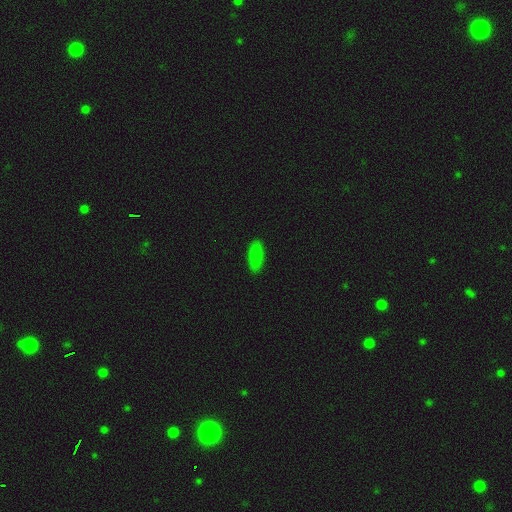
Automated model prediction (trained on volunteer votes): The model was most divided on "how rounded": in between: 83%, cigar-shaped: 15%, round: 2%. More confident: merging — none (87%); smooth or featured — smooth (86%).